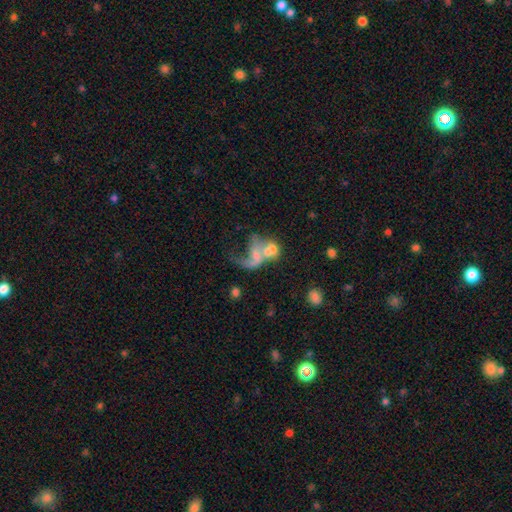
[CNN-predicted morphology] Smooth or featured?
  - featured or disk: 57% *
  - smooth: 32%
  - star or artifact: 11%
Edge-on disk?
  - no: 97% *
  - yes: 3%
Bar?
  - no: 70% *
  - weak: 23%
  - strong: 7%
Spiral arms?
  - yes: 51% *
  - no: 49%
Bulge size?
  - none: 31% * (tied)
  - small: 31% * (tied)
  - moderate: 29%
  - large: 7%
  - dominant: 2%
Merging?
  - merger: 57% *
  - major disturbance: 24%
  - none: 13%
  - minor disturbance: 7%